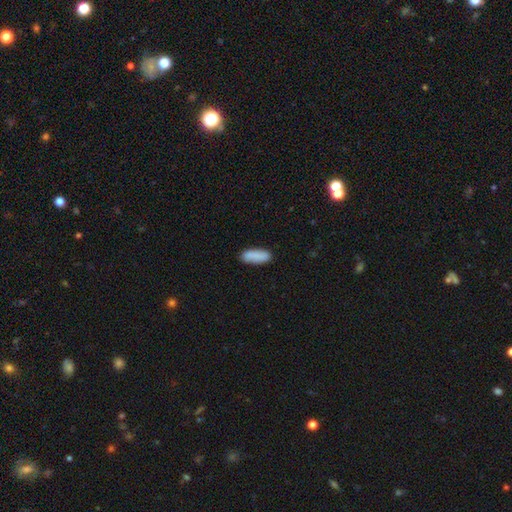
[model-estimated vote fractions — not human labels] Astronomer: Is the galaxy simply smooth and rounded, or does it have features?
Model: smooth — 86%.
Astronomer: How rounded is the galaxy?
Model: in between — 69%.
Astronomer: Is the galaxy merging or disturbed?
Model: none — 83%.